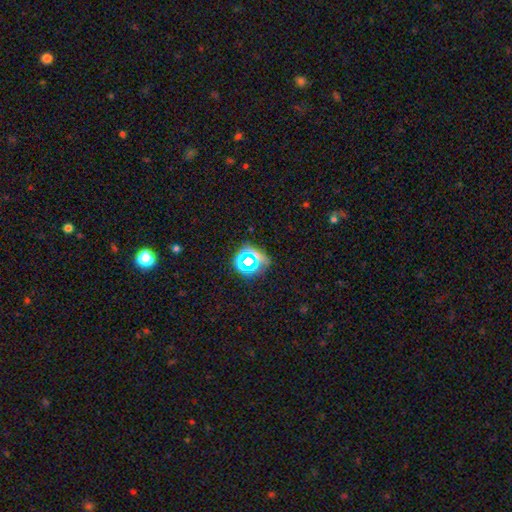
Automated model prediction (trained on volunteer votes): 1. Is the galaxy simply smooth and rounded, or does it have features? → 59% star or artifact, 29% smooth, 12% featured or disk.